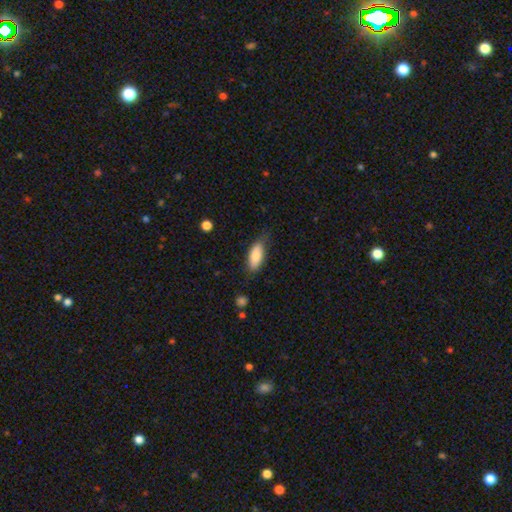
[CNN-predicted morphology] A smooth galaxy with no disk features (83%) that is in between round and cigar-shaped (81%).

Vote fractions:
- Smooth or featured? smooth: 83% / featured or disk: 11% / star or artifact: 6%
- How rounded? in between: 81% / cigar-shaped: 17% / round: 2%
- Merging? none: 66% / minor disturbance: 26% / major disturbance: 6% / merger: 2%